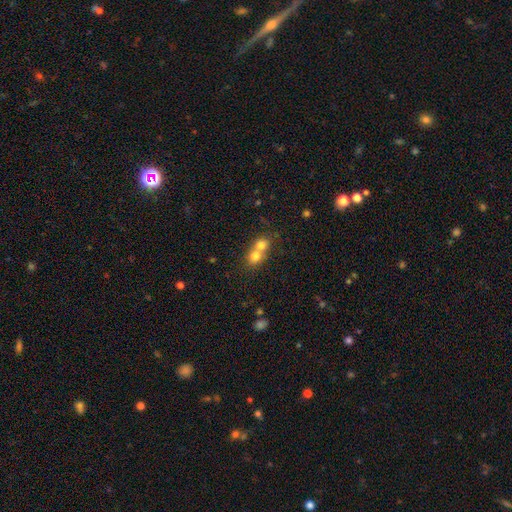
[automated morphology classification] smooth_or_featured: smooth (p=0.73) [alt: featured or disk p=0.15]
how_rounded: round (p=0.74) [alt: in between p=0.24]
merging: merger (p=0.69) [alt: none p=0.25]